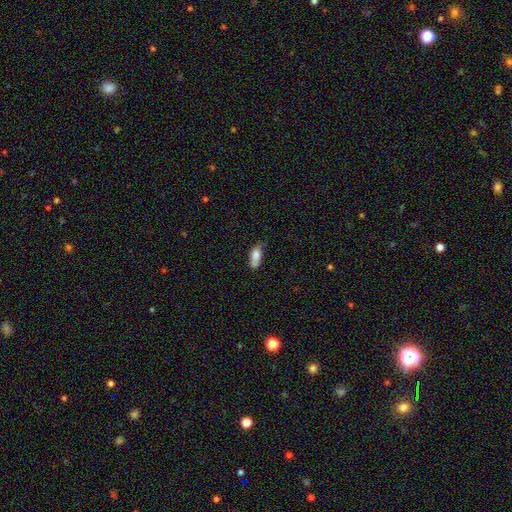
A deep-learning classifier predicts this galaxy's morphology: Q: Smooth or featured?
A: smooth (80%); runner-up: featured or disk (12%)
Q: How rounded?
A: in between (83%); runner-up: cigar-shaped (14%)
Q: Merging?
A: none (49%); runner-up: minor disturbance (32%)